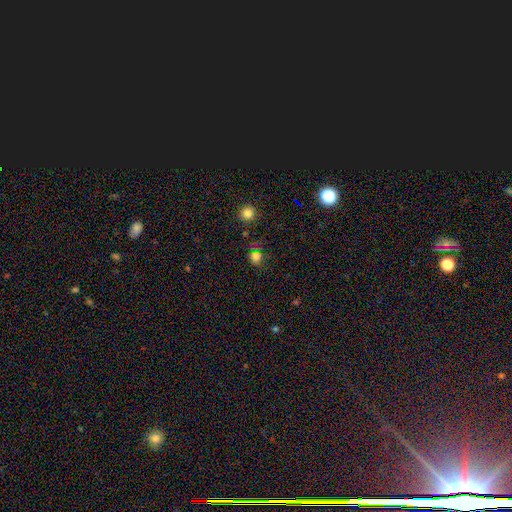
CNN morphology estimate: This appears to be a smooth galaxy with no disk features (64%) that is round (68%). Merging: none (76%).